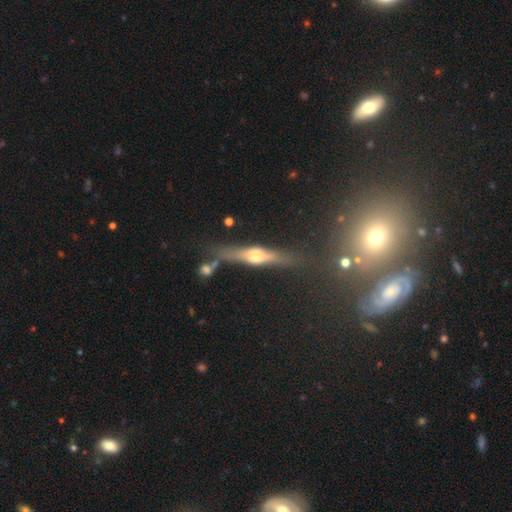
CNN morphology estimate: This is likely a featured or disk galaxy (73%). It is clearly viewed edge-on (95%). Edge-on bulge: clearly rounded (89%). Merging: likely none (77%).